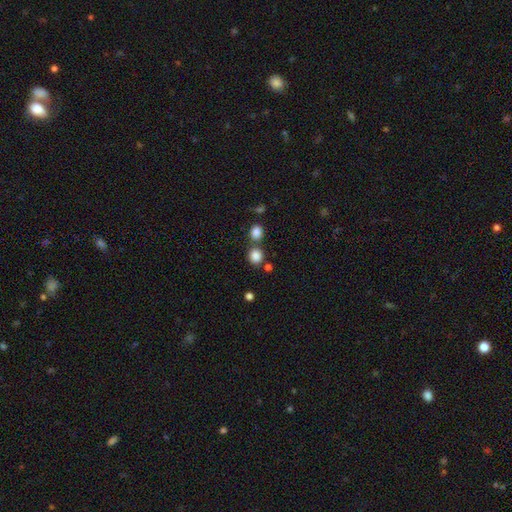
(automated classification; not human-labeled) Smooth or featured?
  - smooth: 84% *
  - star or artifact: 12%
  - featured or disk: 5%
How rounded?
  - round: 84% *
  - in between: 15%
  - cigar-shaped: 1%
Merging?
  - none: 67% *
  - merger: 21%
  - minor disturbance: 9%
  - major disturbance: 3%